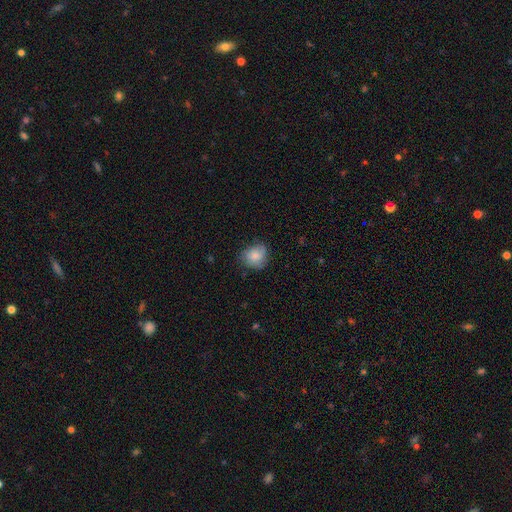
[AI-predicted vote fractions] Smooth or featured? smooth (80%)
How rounded? round (68%)
Merging? none (67%)